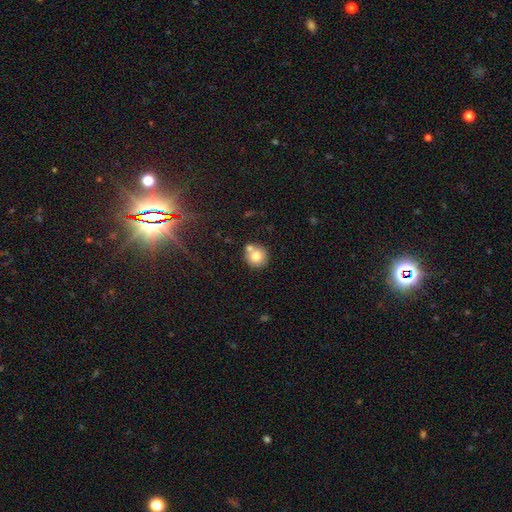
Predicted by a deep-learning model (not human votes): Q: Smooth or featured?
A: smooth (75%); runner-up: featured or disk (15%)
Q: How rounded?
A: round (91%); runner-up: in between (9%)
Q: Merging?
A: none (62%); runner-up: merger (24%)